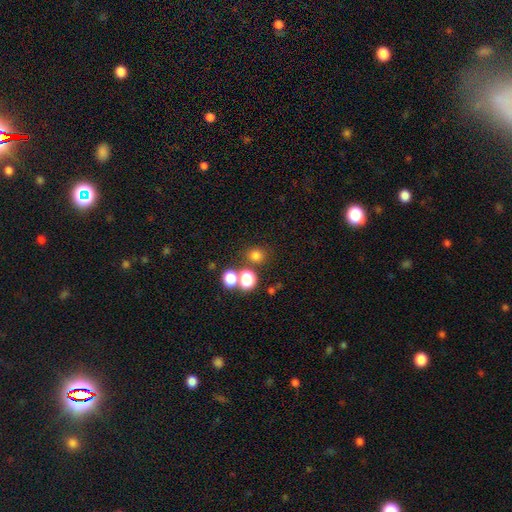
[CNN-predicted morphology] Smooth or featured?
  - smooth: 75% *
  - star or artifact: 19%
  - featured or disk: 6%
How rounded?
  - round: 84% *
  - in between: 15%
  - cigar-shaped: 1%
Merging?
  - none: 73% *
  - merger: 16%
  - minor disturbance: 8%
  - major disturbance: 4%